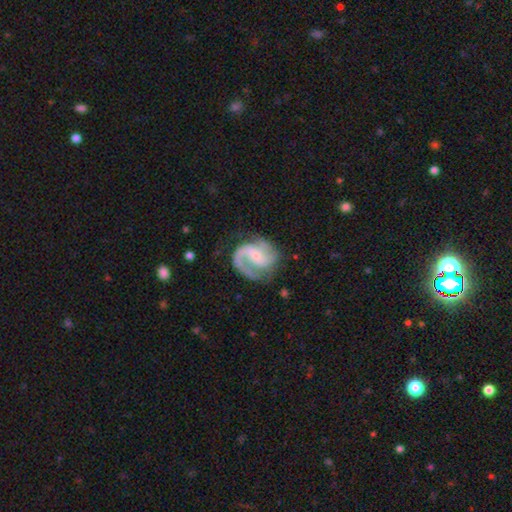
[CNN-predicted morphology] This appears to be a featured or disk galaxy (86%) with a weak bar (42%), 2 (69%) medium (51%) spiral arms (96%) and a small central bulge (61%). Merging: none (64%).